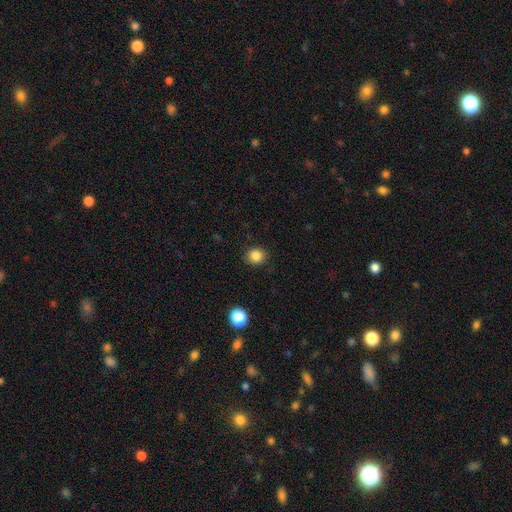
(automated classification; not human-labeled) The model was most divided on "how rounded": round: 83%, in between: 16%, cigar-shaped: 1%. More confident: merging — none (89%); smooth or featured — smooth (85%).